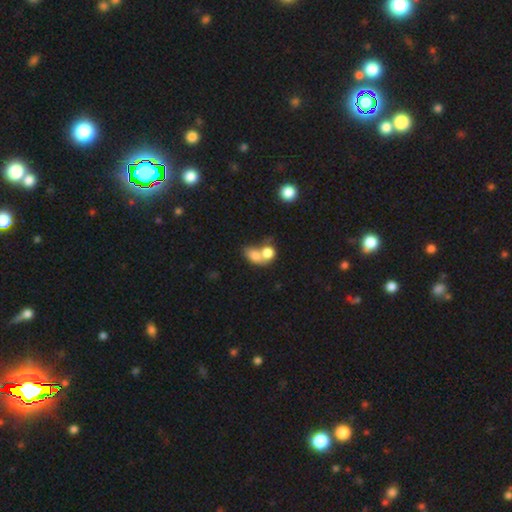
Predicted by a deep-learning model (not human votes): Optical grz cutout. It shows a smooth galaxy with no disk features (74%) that is in between round and cigar-shaped (63%). Merging: merger (68%).